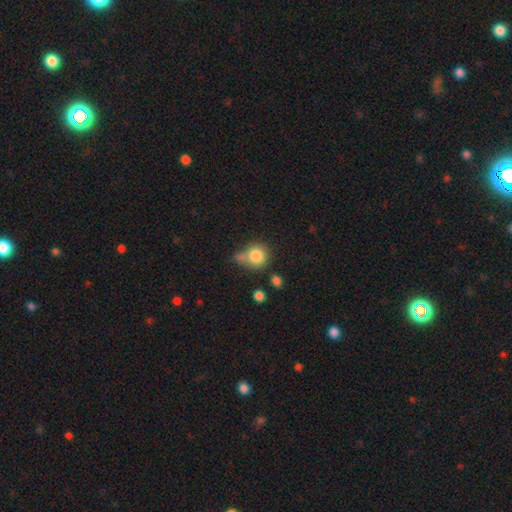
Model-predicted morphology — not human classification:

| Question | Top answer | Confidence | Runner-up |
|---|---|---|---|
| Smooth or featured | smooth | 81% | star or artifact (10%) |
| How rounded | round | 86% | in between (12%) |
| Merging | none | 50% | merger (24%) |